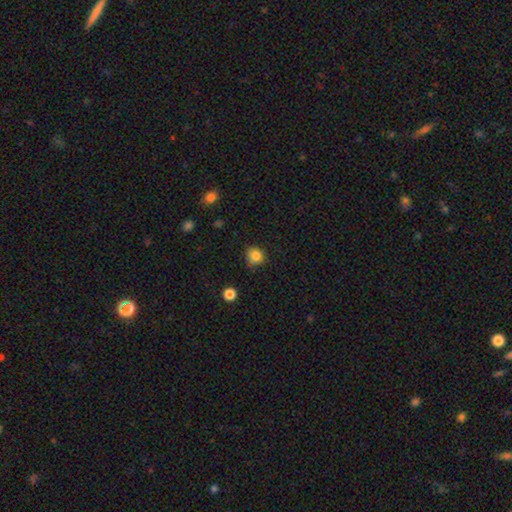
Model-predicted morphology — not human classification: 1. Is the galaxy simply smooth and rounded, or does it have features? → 83% smooth, 12% star or artifact, 5% featured or disk.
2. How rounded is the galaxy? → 84% round, 15% in between, 1% cigar-shaped.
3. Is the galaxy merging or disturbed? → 77% none, 18% minor disturbance, 3% major disturbance, 2% merger.